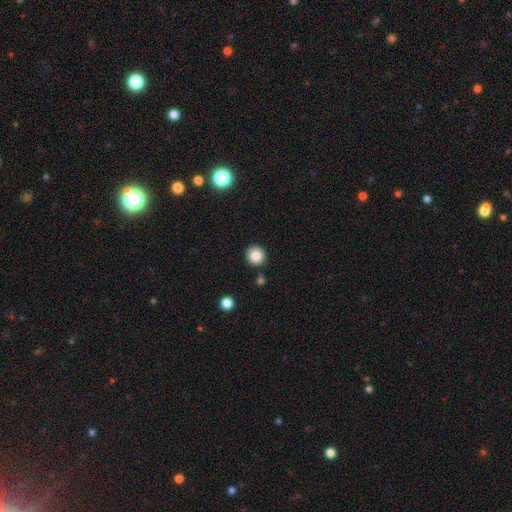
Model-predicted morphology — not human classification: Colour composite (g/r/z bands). It shows a smooth galaxy with no disk features (82%) that is round (92%). Merging: none (88%).